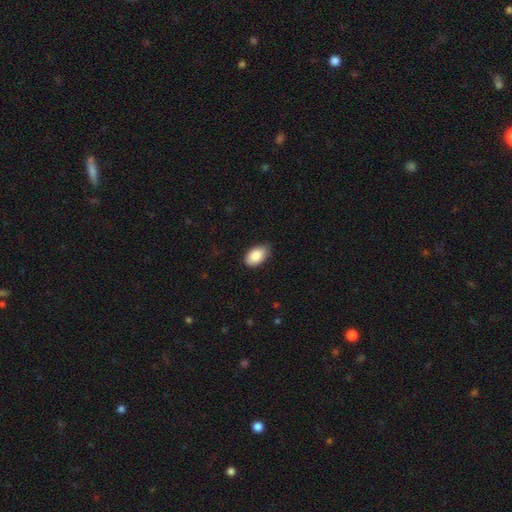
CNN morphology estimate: Smooth or featured?
  - smooth: 87% *
  - star or artifact: 7%
  - featured or disk: 6%
How rounded?
  - in between: 93% *
  - round: 6%
  - cigar-shaped: 1%
Merging?
  - none: 80% *
  - minor disturbance: 17%
  - major disturbance: 2%
  - merger: 1%